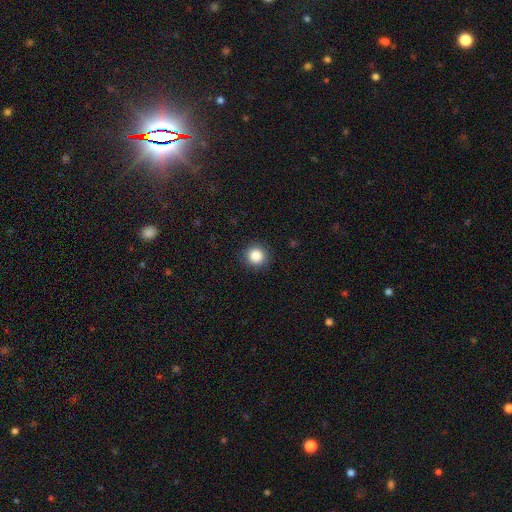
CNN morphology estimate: smooth 86%, star or artifact 10%, featured or disk 4%. Down the decision tree: how rounded — round (94%); merging — none (91%).